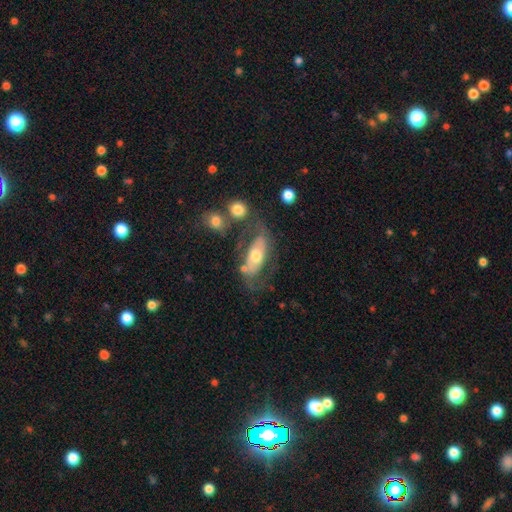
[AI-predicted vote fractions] Smooth or featured: featured or disk — 57% (smooth — 37%)
Edge-on disk: no — 84% (yes — 16%)
Merging: none — 51% (minor disturbance — 20%)